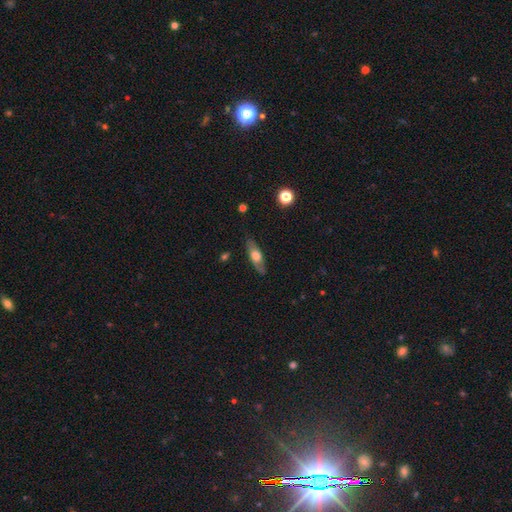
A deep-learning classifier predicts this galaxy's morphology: type=smooth (49%); merging=none (82%).